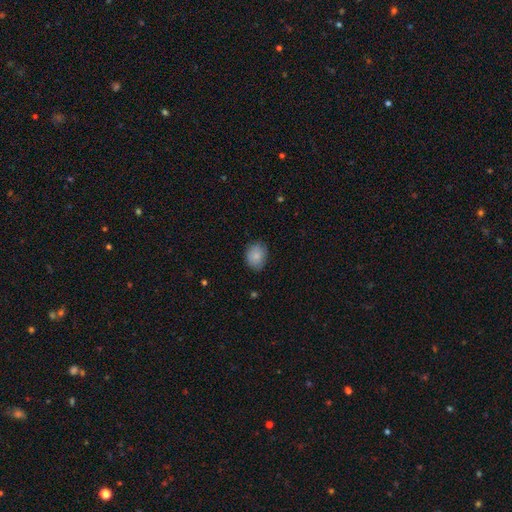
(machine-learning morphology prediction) Smooth or featured? smooth (85%)
How rounded? in between (54%)
Merging? none (80%)